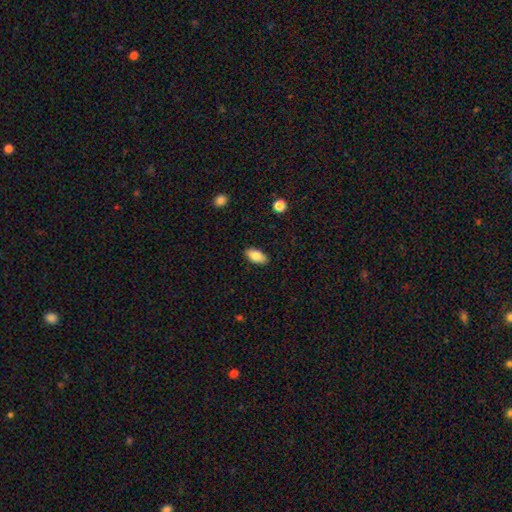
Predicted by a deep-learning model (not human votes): This appears to be a smooth galaxy with no disk features (82%) that is in between round and cigar-shaped (92%). Merging: none (88%).